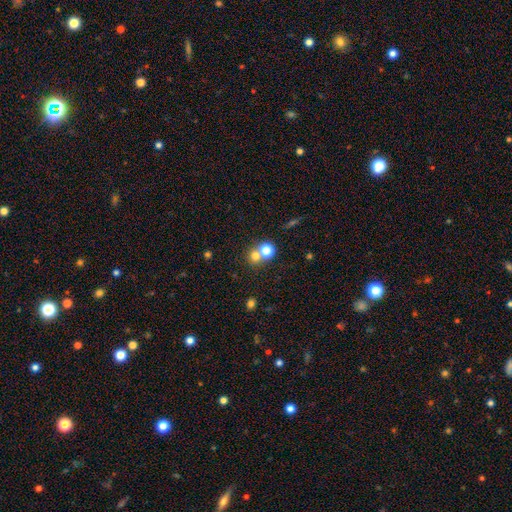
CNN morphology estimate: Overall: smooth (72%). How rounded: round (86%). Merging: none (49%; merger 42%).